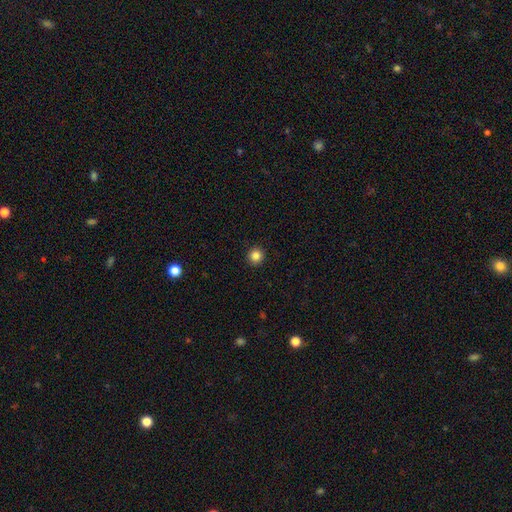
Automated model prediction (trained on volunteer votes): Morphology: type=smooth (85%); roundness=round (93%); merging=none (93%).